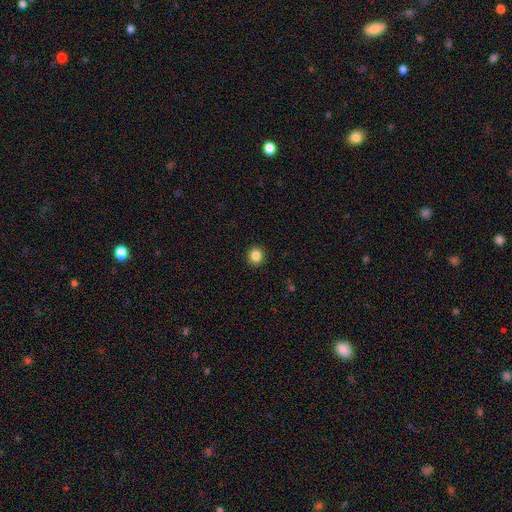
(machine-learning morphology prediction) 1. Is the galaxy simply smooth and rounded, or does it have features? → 85% smooth, 11% star or artifact, 5% featured or disk.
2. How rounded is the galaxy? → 89% round, 10% in between, 1% cigar-shaped.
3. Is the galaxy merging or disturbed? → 92% none, 5% minor disturbance, 2% major disturbance, 1% merger.